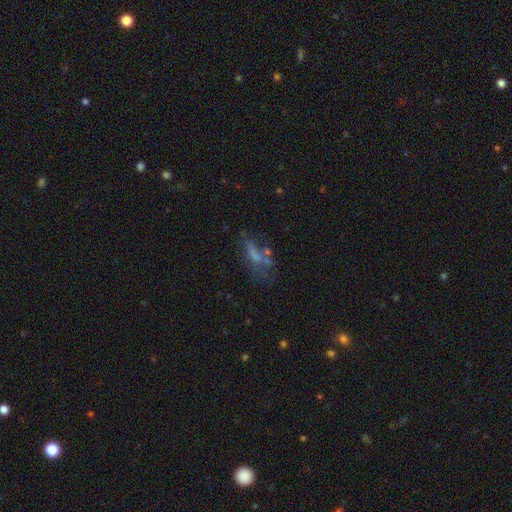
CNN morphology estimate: The model was most divided on "smooth or featured": smooth: 42%, featured or disk: 38%, star or artifact: 20%. Remaining: merging — none (36%).